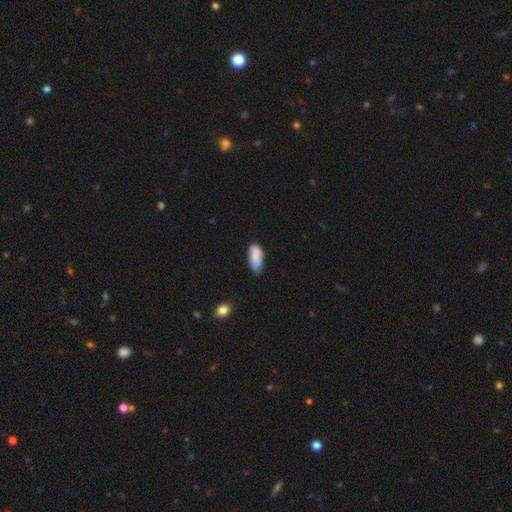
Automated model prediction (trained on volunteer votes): Smooth or featured? Predicted: smooth (p=0.83). How rounded? Predicted: in between (p=0.86). Merging? Predicted: none (p=0.56).